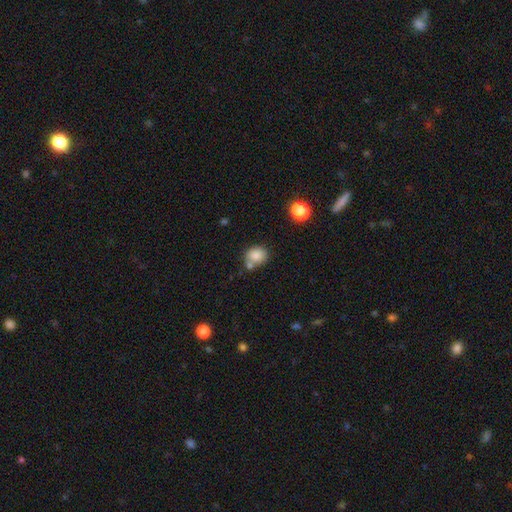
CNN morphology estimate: Smooth or featured? Predicted: smooth (p=0.83). How rounded? Predicted: round (p=0.65). Merging? Predicted: none (p=0.54).